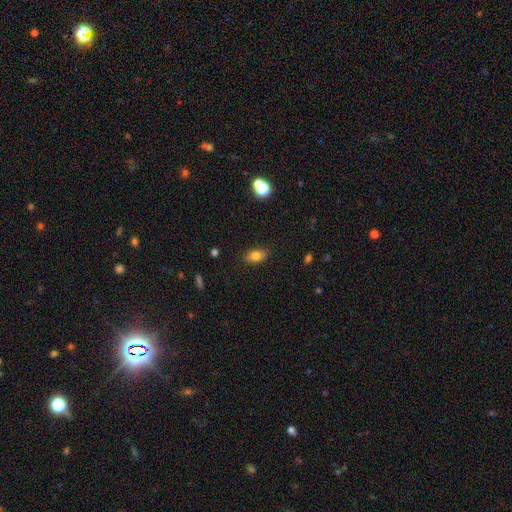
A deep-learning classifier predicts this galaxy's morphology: Smooth or featured? Predicted: smooth (p=0.80). How rounded? Predicted: in between (p=0.84). Merging? Predicted: none (p=0.86).